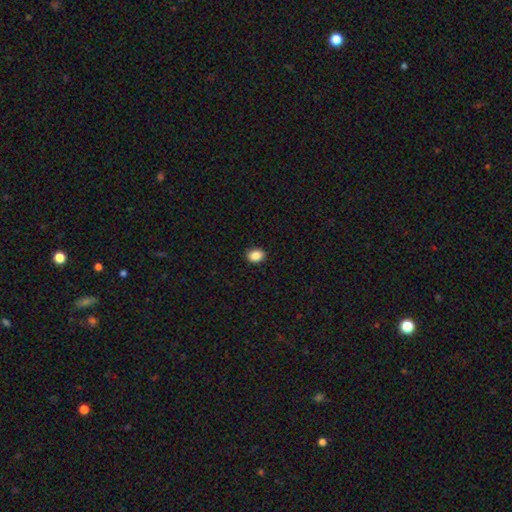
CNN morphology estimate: This appears to be a smooth galaxy with no disk features (88%) that is in between round and cigar-shaped (59%). Merging: none (90%).